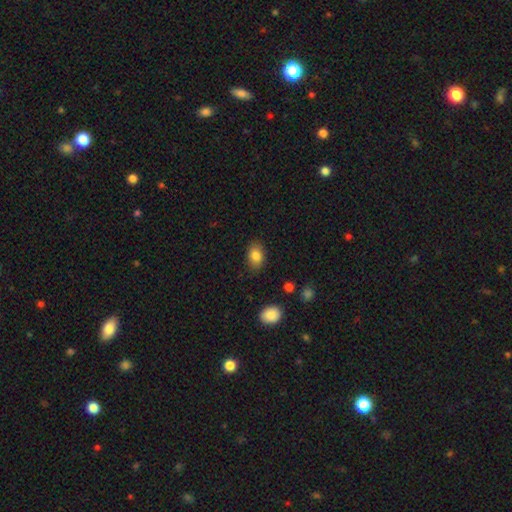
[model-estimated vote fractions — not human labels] smooth 84%, star or artifact 9%, featured or disk 7%. Down the decision tree: how rounded — in between (79%); merging — none (83%).